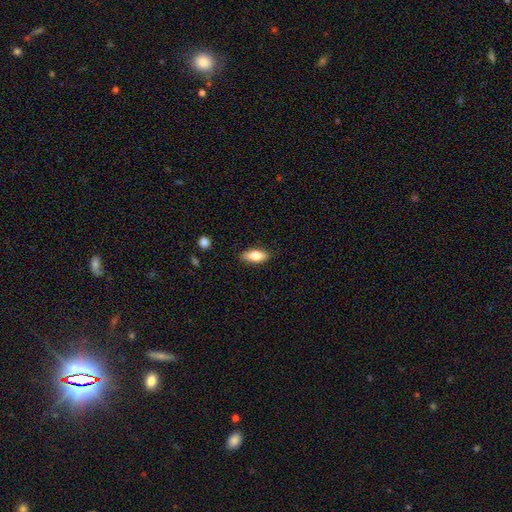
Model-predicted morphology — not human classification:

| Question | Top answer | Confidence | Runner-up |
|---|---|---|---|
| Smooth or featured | smooth | 76% | featured or disk (17%) |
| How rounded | in between | 79% | cigar-shaped (18%) |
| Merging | none | 86% | minor disturbance (10%) |